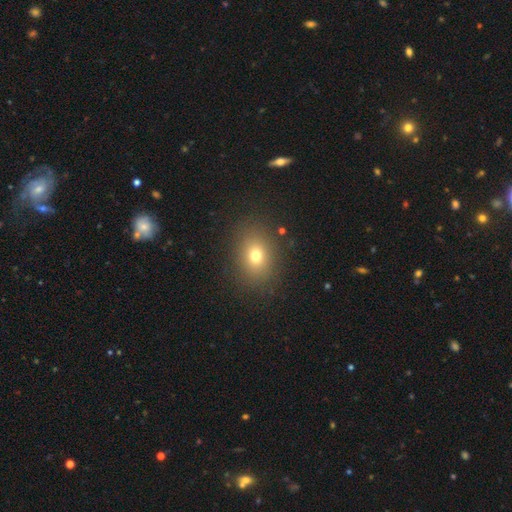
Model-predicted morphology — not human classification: type=smooth (73%); roundness=in between (52%); merging=none (86%).